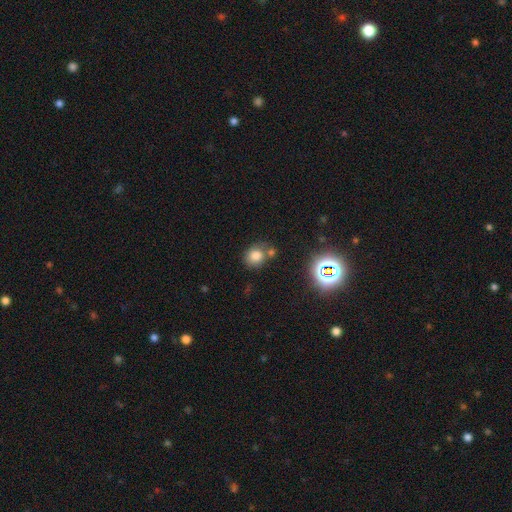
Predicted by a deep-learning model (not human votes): The model was most divided on "merging": none: 60%, merger: 19%, minor disturbance: 16%, major disturbance: 5%. More confident: smooth or featured — smooth (77%); how rounded — round (72%).